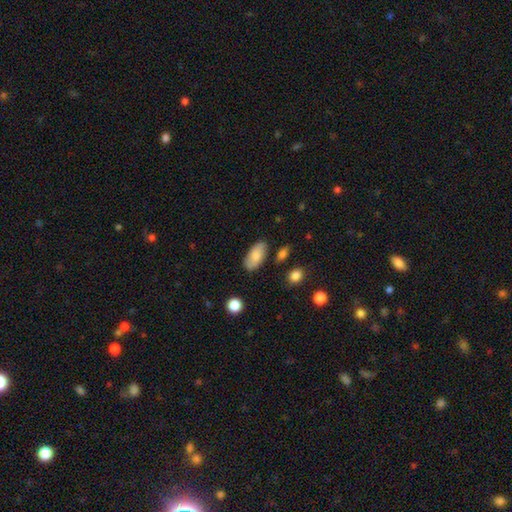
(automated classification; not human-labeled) Smooth or featured?
  - smooth: 77% *
  - featured or disk: 16%
  - star or artifact: 7%
How rounded?
  - in between: 93% *
  - cigar-shaped: 4%
  - round: 3%
Merging?
  - none: 80% *
  - minor disturbance: 14%
  - major disturbance: 3%
  - merger: 3%